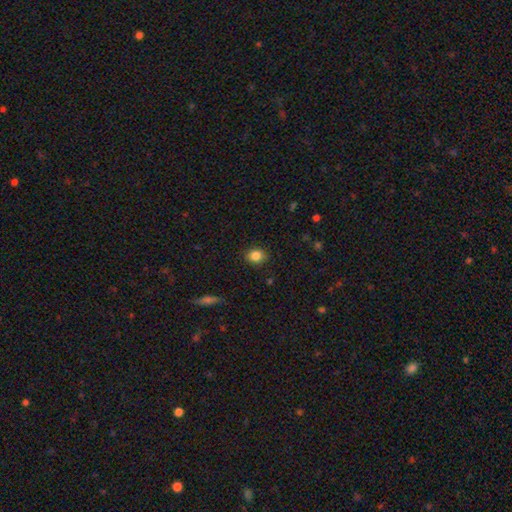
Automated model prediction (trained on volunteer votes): Smooth or featured? Predicted: smooth (p=0.85). How rounded? Predicted: round (p=0.68). Merging? Predicted: none (p=0.88).